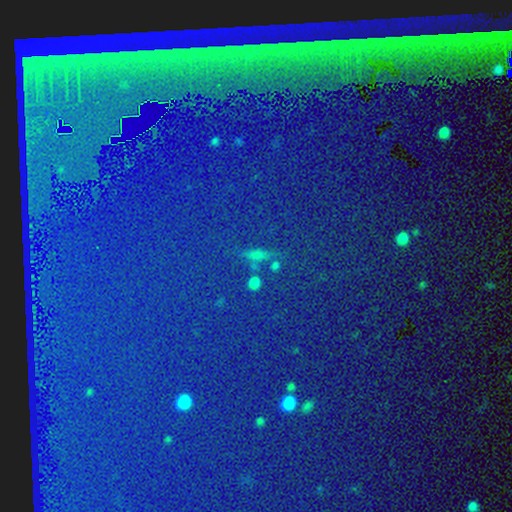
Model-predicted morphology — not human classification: Smooth or featured?
  - star or artifact: 73% *
  - smooth: 17%
  - featured or disk: 10%